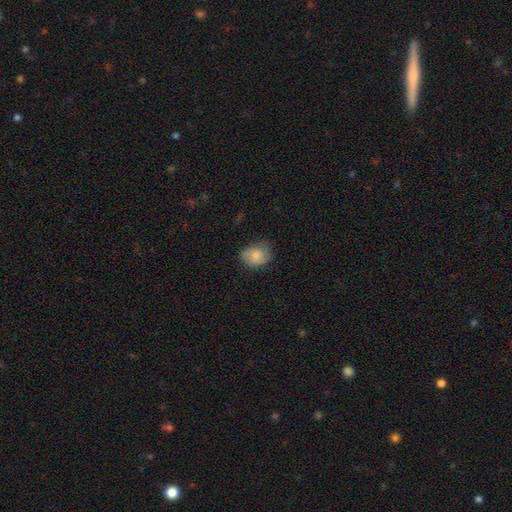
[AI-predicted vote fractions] smooth_or_featured: smooth (p=0.77) [alt: featured or disk p=0.16]
how_rounded: in between (p=0.57) [alt: round p=0.42]
merging: none (p=0.65) [alt: minor disturbance p=0.27]